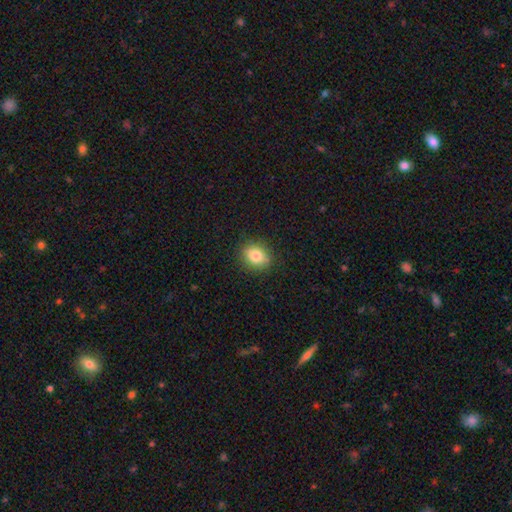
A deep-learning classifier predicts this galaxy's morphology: Q: Smooth or featured?
A: smooth (81%); runner-up: star or artifact (9%)
Q: How rounded?
A: in between (55%); runner-up: round (43%)
Q: Merging?
A: none (88%); runner-up: minor disturbance (9%)